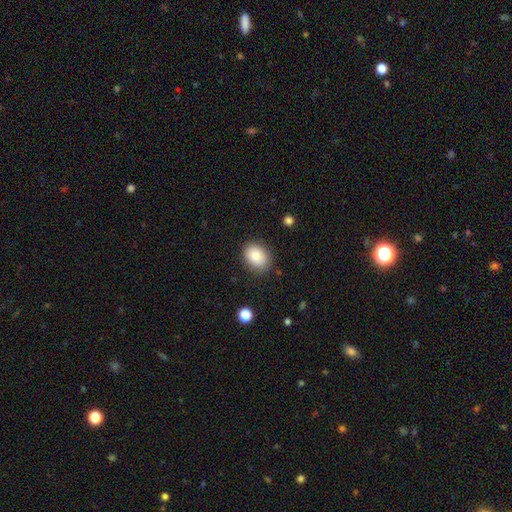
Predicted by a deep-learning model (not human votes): Smooth or featured? Predicted: smooth (p=0.80). How rounded? Predicted: in between (p=0.55). Merging? Predicted: none (p=0.84).